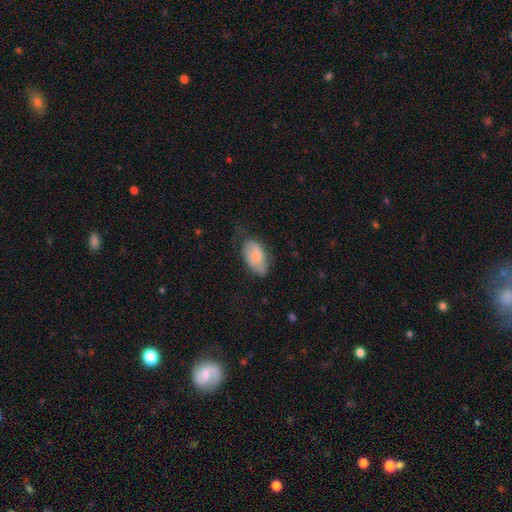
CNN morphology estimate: Smooth or featured? smooth (77%)
How rounded? in between (94%)
Merging? none (54%)